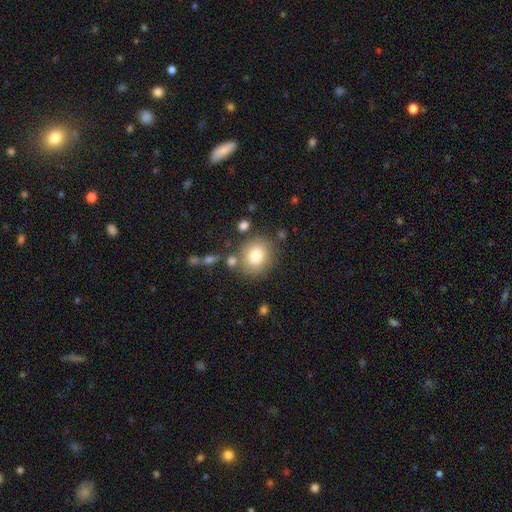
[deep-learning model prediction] Smooth or featured? smooth (80%)
How rounded? round (74%)
Merging? none (75%)